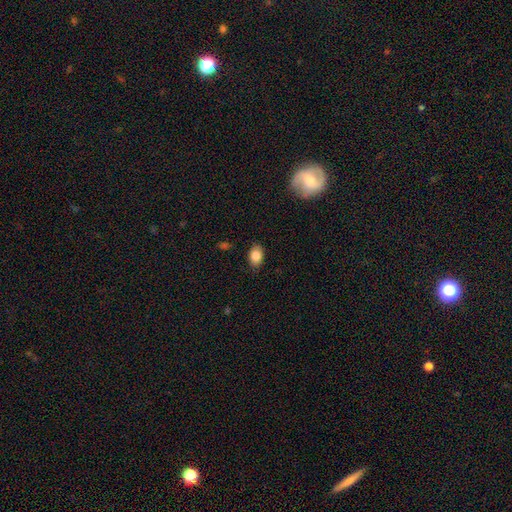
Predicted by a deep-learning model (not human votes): smooth_or_featured: smooth (p=0.85) [alt: star or artifact p=0.08]
how_rounded: in between (p=0.82) [alt: round p=0.17]
merging: none (p=0.84) [alt: minor disturbance p=0.13]